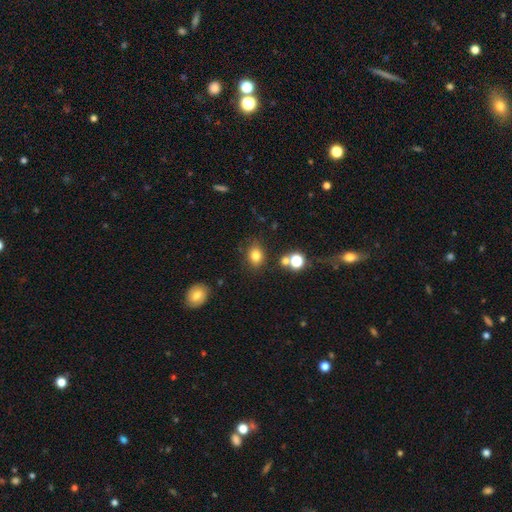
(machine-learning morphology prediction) Overall: smooth (79%). How rounded: in between (52%; round 47%). Merging: none (77%).